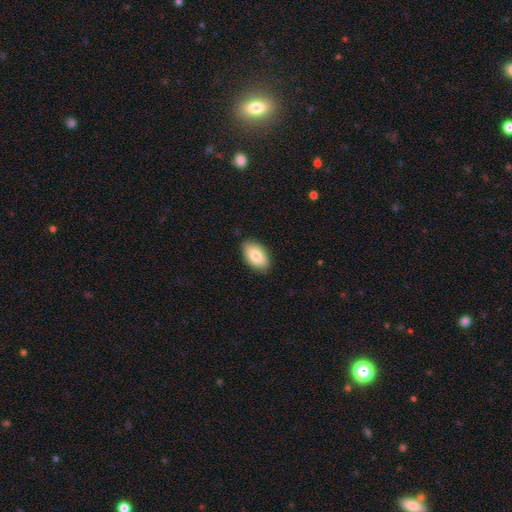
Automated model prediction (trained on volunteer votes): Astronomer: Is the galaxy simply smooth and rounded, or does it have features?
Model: smooth — 81%.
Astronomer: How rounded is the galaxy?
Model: in between — 93%.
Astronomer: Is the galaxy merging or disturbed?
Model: none — 86%.